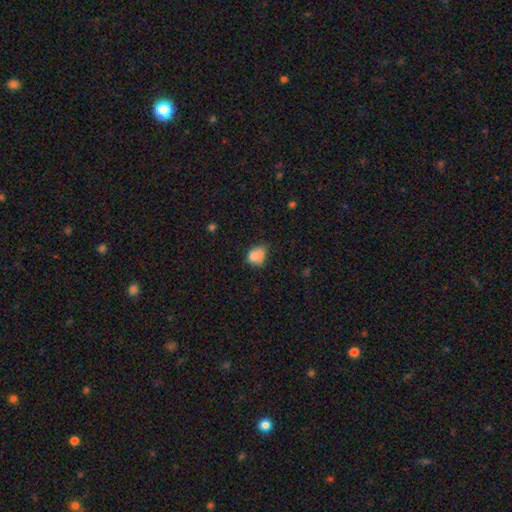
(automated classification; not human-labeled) smooth 74%, featured or disk 15%, star or artifact 11%. Down the decision tree: how rounded — in between (53%); merging — none (34%).